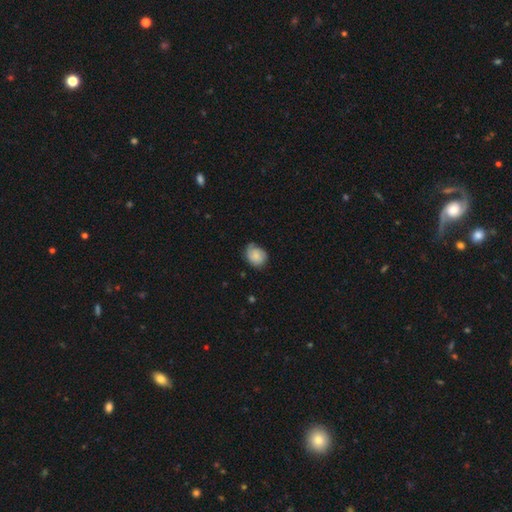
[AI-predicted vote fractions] Smooth or featured? smooth (74%)
How rounded? in between (50%)
Merging? none (59%)